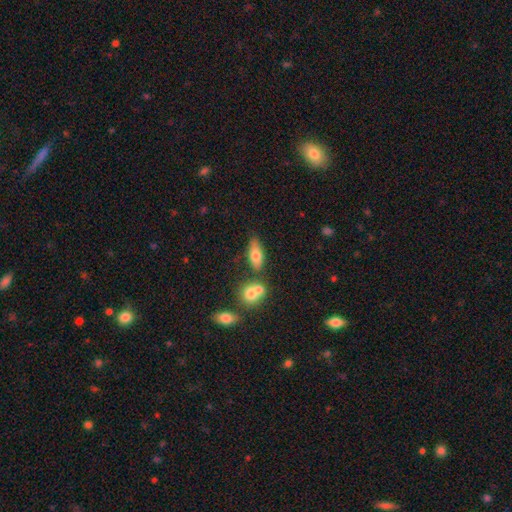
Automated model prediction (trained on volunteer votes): Morphology: type=smooth (72%); roundness=in between (78%); merging=none (61%).